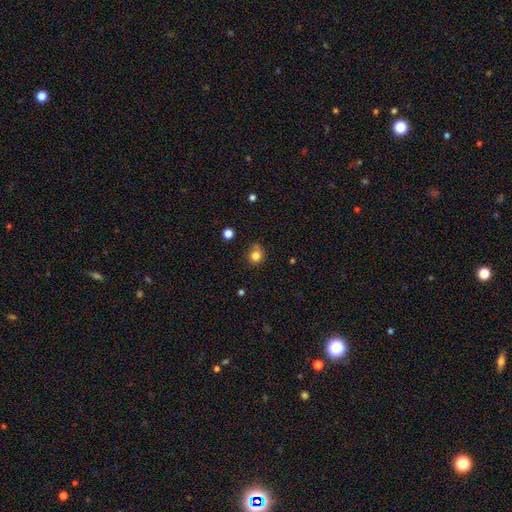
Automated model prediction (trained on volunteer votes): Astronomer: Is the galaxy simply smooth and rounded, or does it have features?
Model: smooth — 81%.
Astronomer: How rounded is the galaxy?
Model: round — 83%.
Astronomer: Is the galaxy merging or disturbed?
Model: none — 62%.